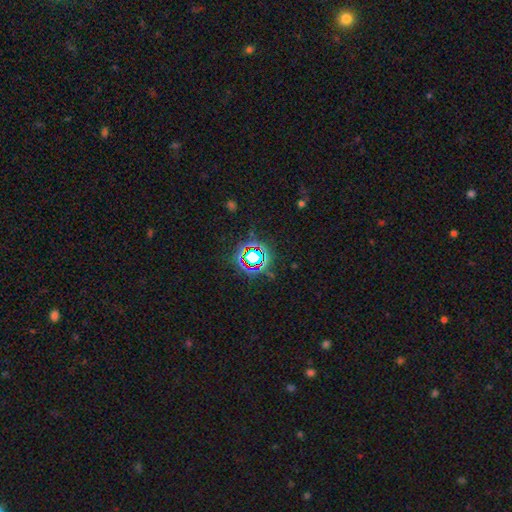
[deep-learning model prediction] star or artifact 72%, smooth 17%, featured or disk 10%.